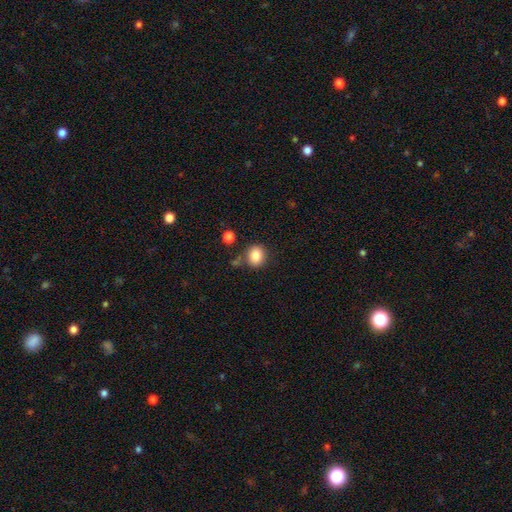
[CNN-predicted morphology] Smooth or featured? Predicted: smooth (p=0.84). How rounded? Predicted: round (p=0.76). Merging? Predicted: none (p=0.77).